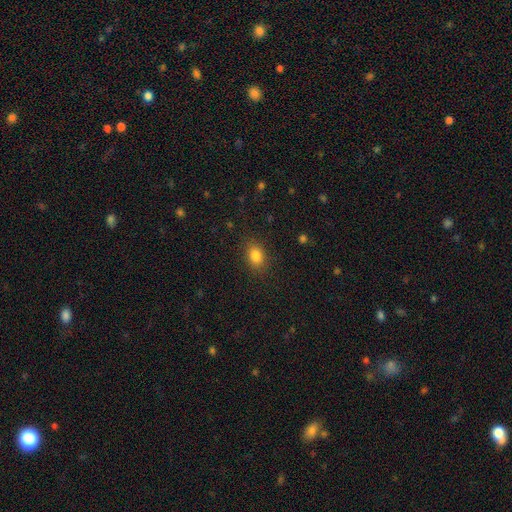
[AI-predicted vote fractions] Smooth or featured: smooth — 84% (star or artifact — 11%)
How rounded: in between — 73% (round — 26%)
Merging: none — 86% (minor disturbance — 10%)